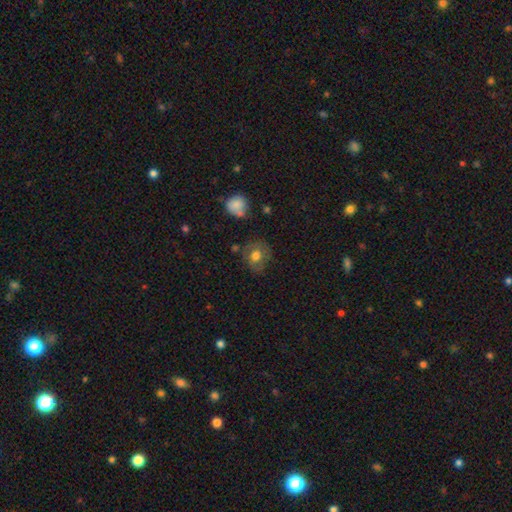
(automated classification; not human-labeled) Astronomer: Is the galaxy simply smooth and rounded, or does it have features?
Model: smooth — 59%.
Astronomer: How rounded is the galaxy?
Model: round — 78%.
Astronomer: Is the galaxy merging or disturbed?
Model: none — 71%.